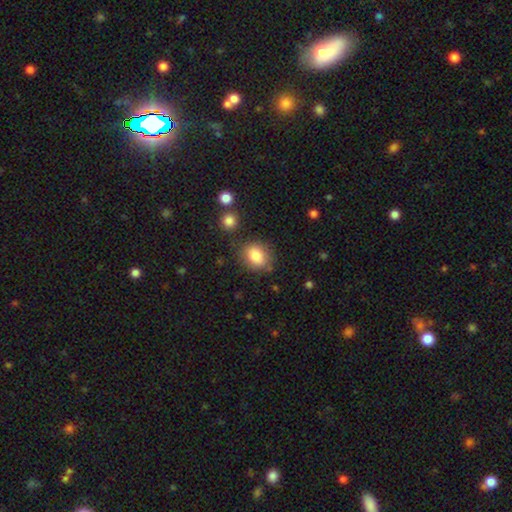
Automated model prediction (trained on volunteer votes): Smooth or featured?
  - smooth: 83% *
  - star or artifact: 9%
  - featured or disk: 8%
How rounded?
  - in between: 55% *
  - round: 43%
  - cigar-shaped: 1%
Merging?
  - none: 76% *
  - minor disturbance: 15%
  - major disturbance: 4%
  - merger: 4%